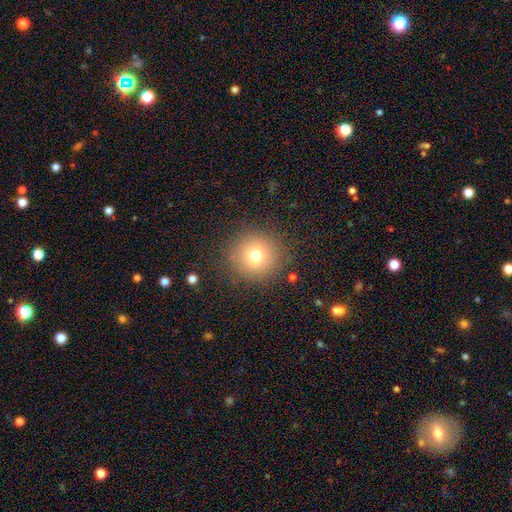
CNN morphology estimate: Smooth or featured?
  - smooth: 75% *
  - star or artifact: 14%
  - featured or disk: 11%
How rounded?
  - round: 95% *
  - in between: 4%
  - cigar-shaped: 1%
Merging?
  - none: 87% *
  - minor disturbance: 8%
  - major disturbance: 4%
  - merger: 1%